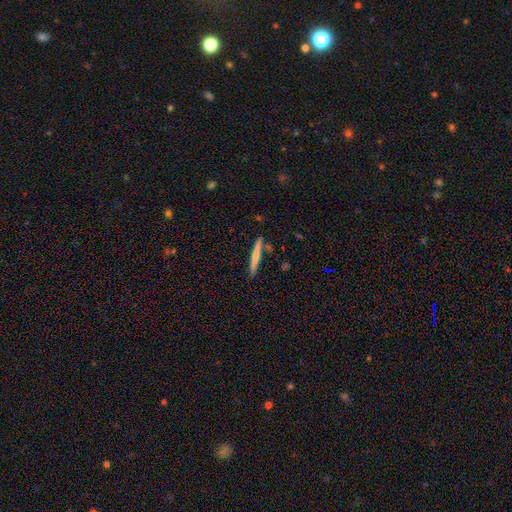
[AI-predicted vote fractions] Morphology: type=smooth (52%); roundness=cigar-shaped (95%); merging=none (85%).